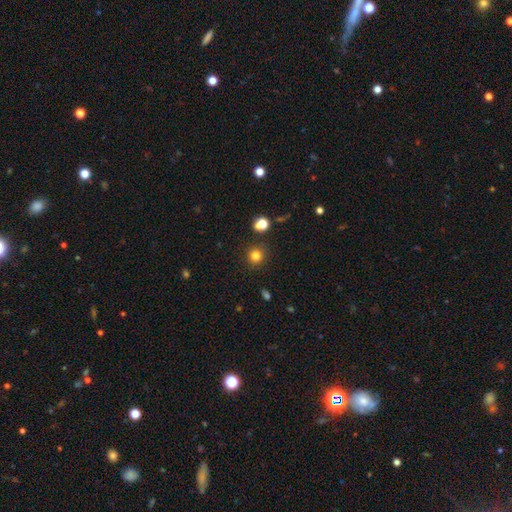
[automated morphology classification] Smooth or featured? Predicted: smooth (p=0.81). How rounded? Predicted: round (p=0.91). Merging? Predicted: none (p=0.88).